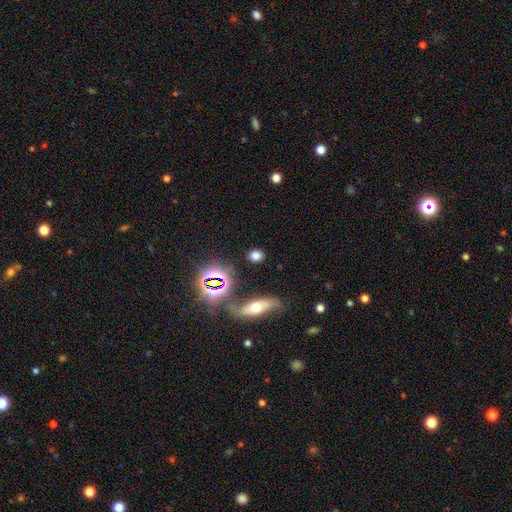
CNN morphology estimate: type=smooth (68%); roundness=round (56%); merging=none (84%).